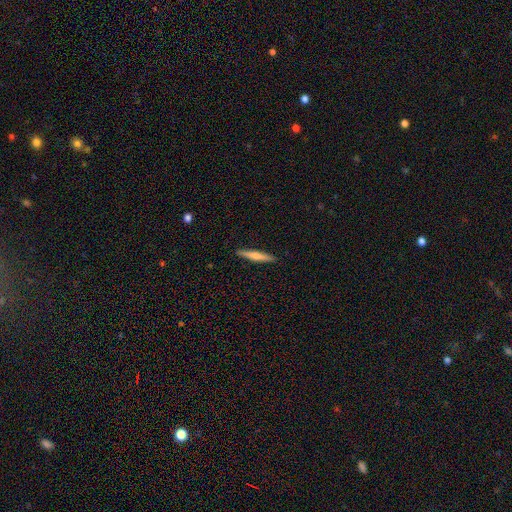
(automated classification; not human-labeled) smooth-or-featured: smooth: 55% | featured or disk: 39% | star or artifact: 6%
  how-rounded: cigar-shaped: 93% | in between: 5% | round: 1%
  merging: none: 91% | minor disturbance: 6% | major disturbance: 1% | merger: 1%